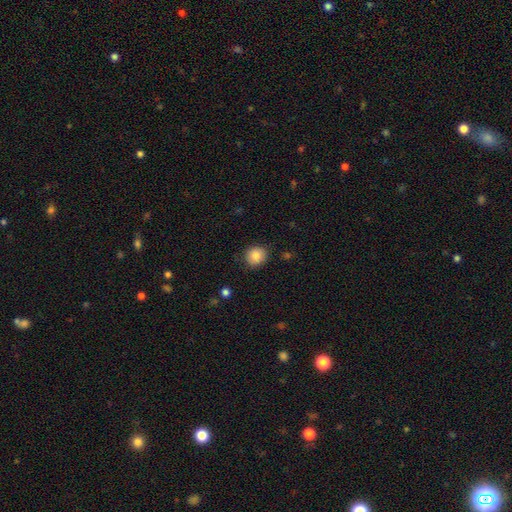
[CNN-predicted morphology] The model was most divided on "how rounded": round: 84%, in between: 16%, cigar-shaped: 1%. More confident: merging — none (85%); smooth or featured — smooth (85%).